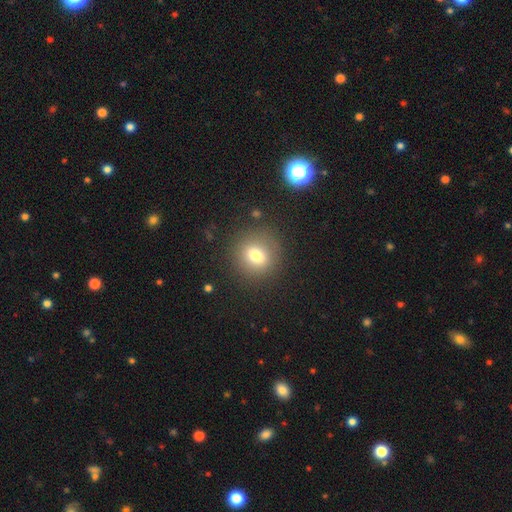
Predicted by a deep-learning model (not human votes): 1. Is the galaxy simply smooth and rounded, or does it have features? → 75% smooth, 13% star or artifact, 12% featured or disk.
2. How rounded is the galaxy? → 79% round, 20% in between, 1% cigar-shaped.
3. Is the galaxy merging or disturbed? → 86% none, 9% minor disturbance, 4% major disturbance, 2% merger.